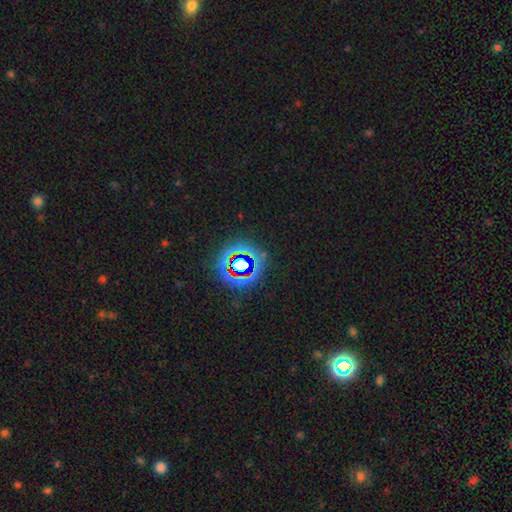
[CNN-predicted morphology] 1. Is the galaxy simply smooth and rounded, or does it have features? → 72% star or artifact, 16% smooth, 11% featured or disk.